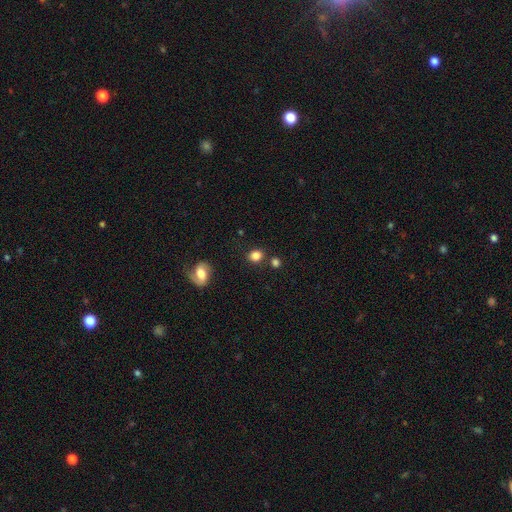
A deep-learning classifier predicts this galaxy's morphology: smooth 84%, star or artifact 10%, featured or disk 6%. Down the decision tree: how rounded — round (69%); merging — none (77%).